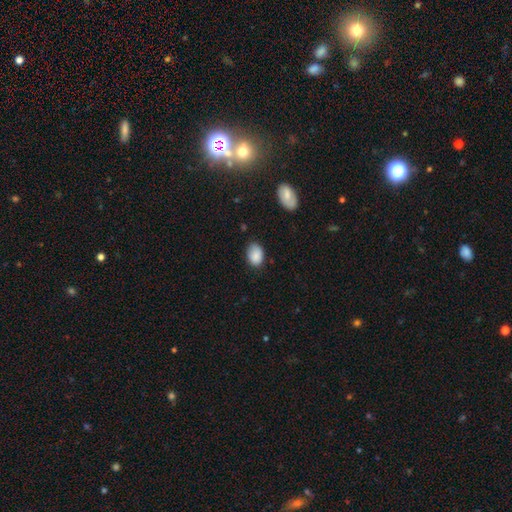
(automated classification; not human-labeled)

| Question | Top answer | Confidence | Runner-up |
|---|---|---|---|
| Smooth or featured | smooth | 87% | star or artifact (8%) |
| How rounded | in between | 83% | round (15%) |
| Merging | none | 67% | minor disturbance (27%) |